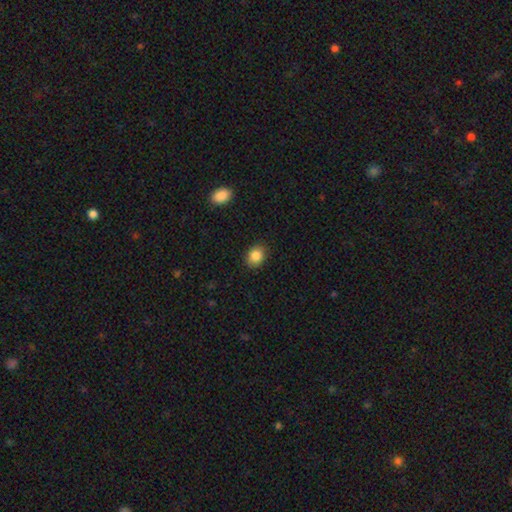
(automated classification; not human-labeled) This appears to be a smooth galaxy with no disk features (86%) that is round (54%). Merging: none (87%).